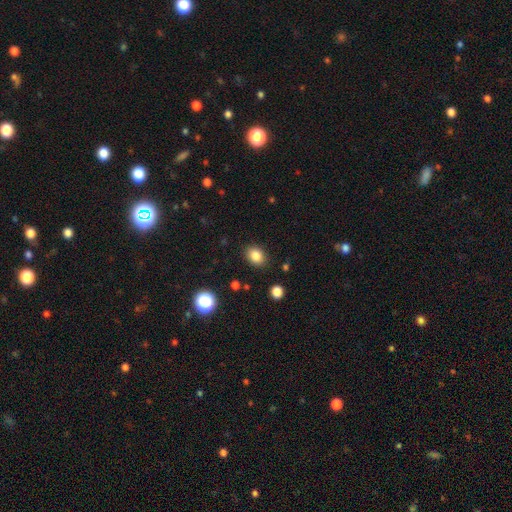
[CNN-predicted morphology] smooth-or-featured: smooth: 84% | star or artifact: 11% | featured or disk: 5%
  how-rounded: in between: 60% | round: 39% | cigar-shaped: 1%
  merging: none: 87% | minor disturbance: 9% | major disturbance: 3% | merger: 2%